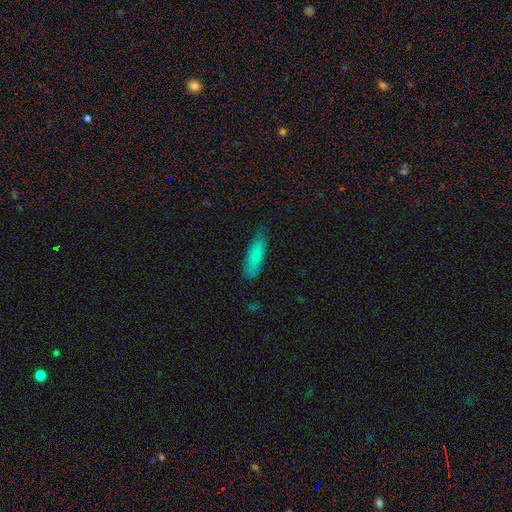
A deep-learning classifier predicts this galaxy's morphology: Smooth or featured?
  - smooth: 81% *
  - featured or disk: 12%
  - star or artifact: 6%
How rounded?
  - in between: 49% * (tied)
  - cigar-shaped: 49% * (tied)
  - round: 2%
Merging?
  - none: 72% *
  - minor disturbance: 23%
  - major disturbance: 4%
  - merger: 1%